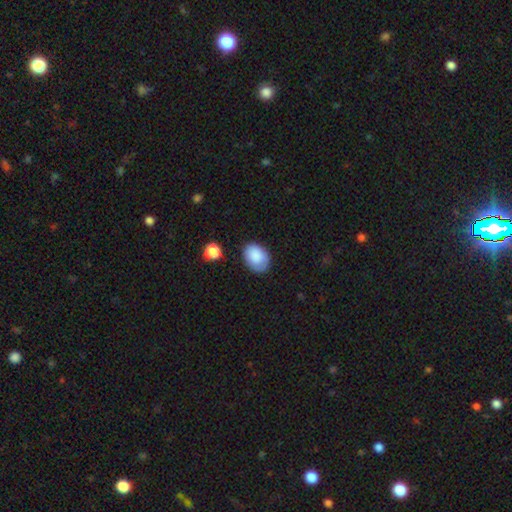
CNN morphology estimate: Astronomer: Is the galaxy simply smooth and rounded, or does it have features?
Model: smooth — 84%.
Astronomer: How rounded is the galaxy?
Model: in between — 74%.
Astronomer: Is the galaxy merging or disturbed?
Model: none — 74%.